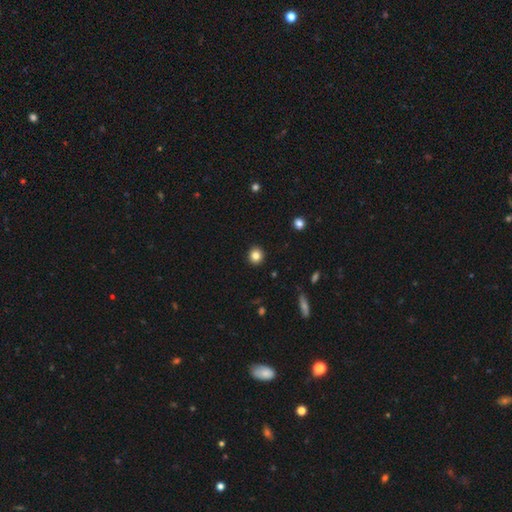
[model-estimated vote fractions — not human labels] This is clearly a smooth galaxy (83%). How rounded: clearly round (91%). Merging: clearly none (93%).